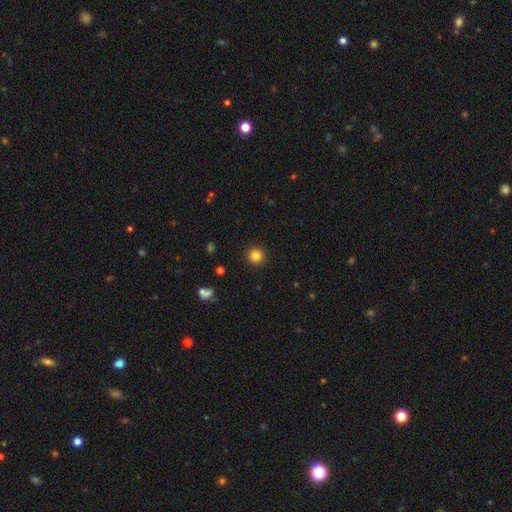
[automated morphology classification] A smooth galaxy with no disk features (84%) that is round (95%).

Vote fractions:
- Smooth or featured? smooth: 84% / star or artifact: 12% / featured or disk: 5%
- How rounded? round: 95% / in between: 4% / cigar-shaped: 1%
- Merging? none: 92% / minor disturbance: 5% / major disturbance: 2% / merger: 1%